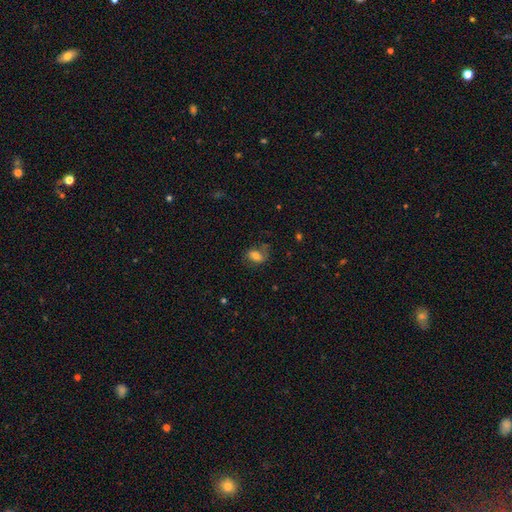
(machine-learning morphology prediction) A smooth galaxy with no disk features (68%) that is in between round and cigar-shaped (80%).

Vote fractions:
- Smooth or featured? smooth: 68% / featured or disk: 21% / star or artifact: 11%
- How rounded? in between: 80% / round: 18% / cigar-shaped: 2%
- Merging? none: 61% / minor disturbance: 24% / major disturbance: 13% / merger: 3%